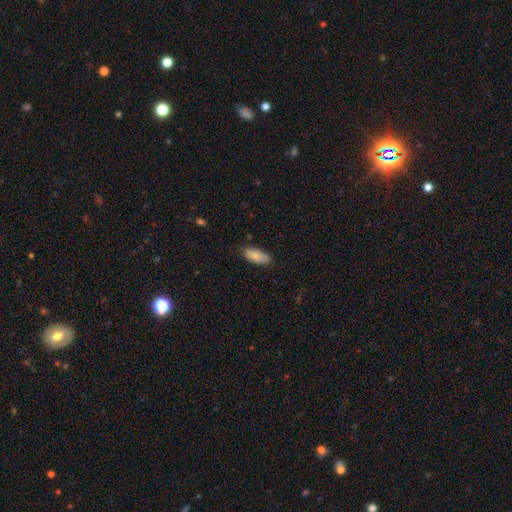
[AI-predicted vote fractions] This appears to be a smooth galaxy with no disk features (85%) that is in between round and cigar-shaped (89%). Merging: none (82%).